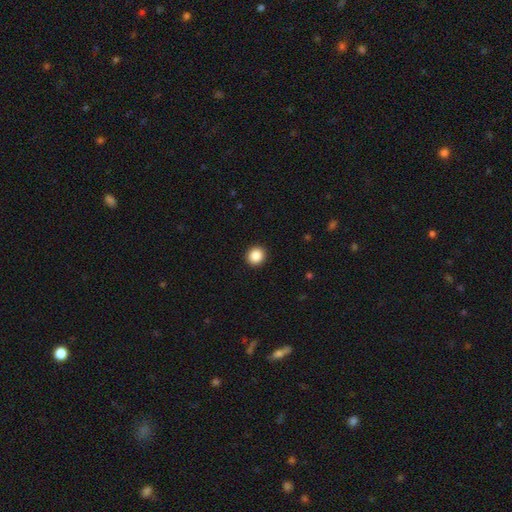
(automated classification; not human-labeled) smooth 87%, star or artifact 9%, featured or disk 3%. Down the decision tree: how rounded — round (91%); merging — none (93%).